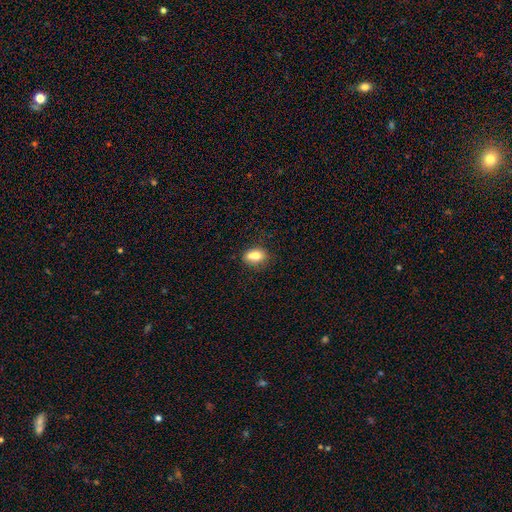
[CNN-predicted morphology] The model was most divided on "how rounded": in between: 67%, round: 31%, cigar-shaped: 2%. More confident: smooth or featured — smooth (74%); merging — none (57%).